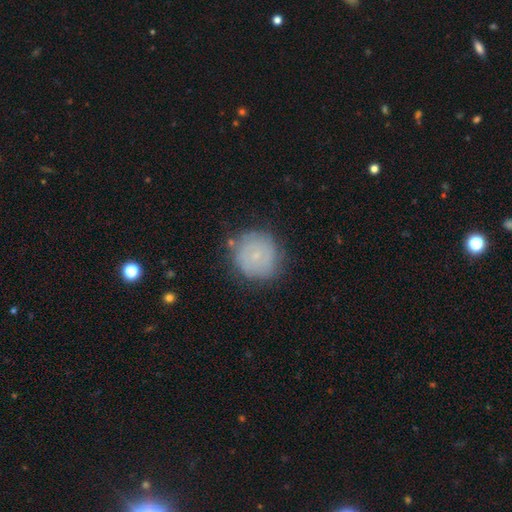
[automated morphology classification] type=smooth (56%); roundness=round (92%); merging=none (77%).